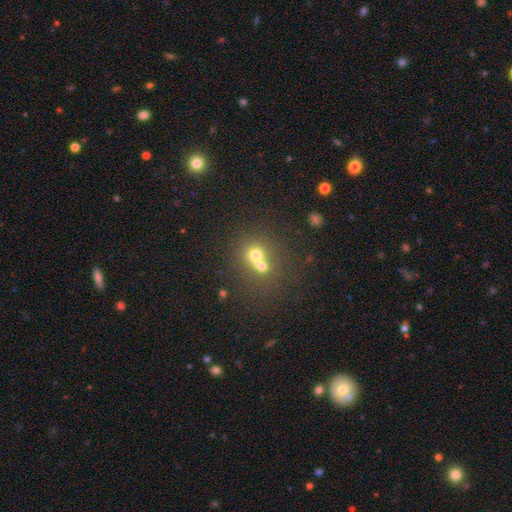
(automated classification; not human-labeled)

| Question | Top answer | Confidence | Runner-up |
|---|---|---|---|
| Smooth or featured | smooth | 64% | featured or disk (20%) |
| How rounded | round | 79% | in between (20%) |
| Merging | merger | 60% | none (31%) |